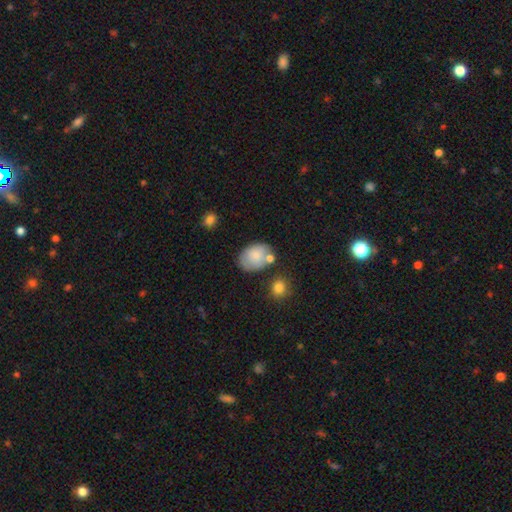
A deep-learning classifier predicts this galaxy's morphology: This is likely a smooth galaxy (76%). How rounded: likely in between (75%). Merging: likely none (60%).